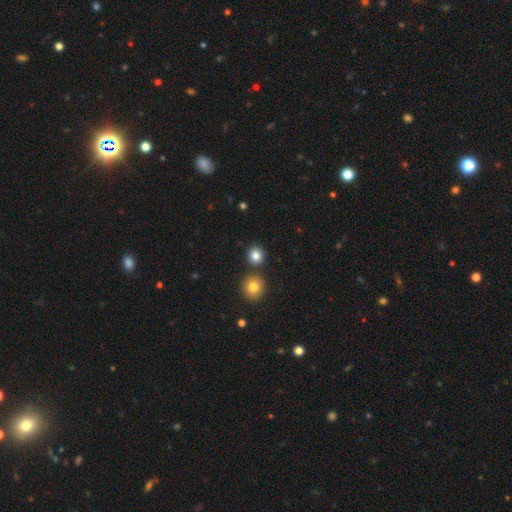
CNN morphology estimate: Overall: smooth (84%). How rounded: round (88%). Merging: none (81%).